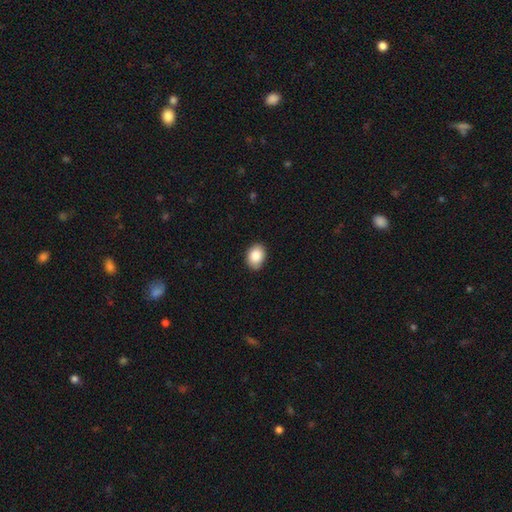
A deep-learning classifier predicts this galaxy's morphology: Q: Smooth or featured?
A: smooth (88%); runner-up: star or artifact (7%)
Q: How rounded?
A: in between (73%); runner-up: round (26%)
Q: Merging?
A: none (86%); runner-up: minor disturbance (11%)